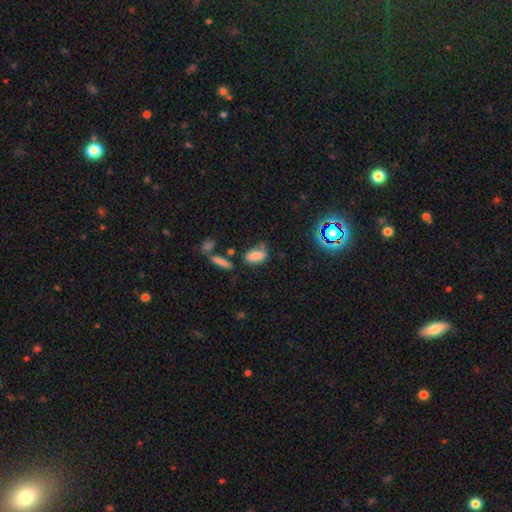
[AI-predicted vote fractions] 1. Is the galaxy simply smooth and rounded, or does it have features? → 79% smooth, 12% star or artifact, 9% featured or disk.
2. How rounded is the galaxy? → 81% in between, 15% cigar-shaped, 5% round.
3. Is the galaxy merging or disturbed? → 57% none, 25% minor disturbance, 9% major disturbance, 8% merger.